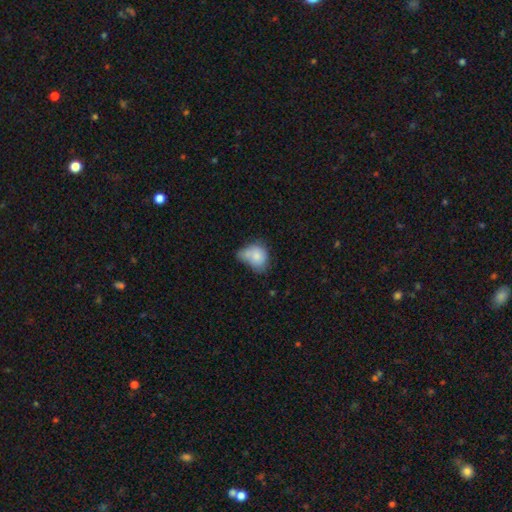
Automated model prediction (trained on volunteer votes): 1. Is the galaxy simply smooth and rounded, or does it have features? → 78% smooth, 14% featured or disk, 8% star or artifact.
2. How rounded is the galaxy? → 59% in between, 39% round, 1% cigar-shaped.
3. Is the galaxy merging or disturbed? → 30% minor disturbance, 28% none, 27% merger, 15% major disturbance.